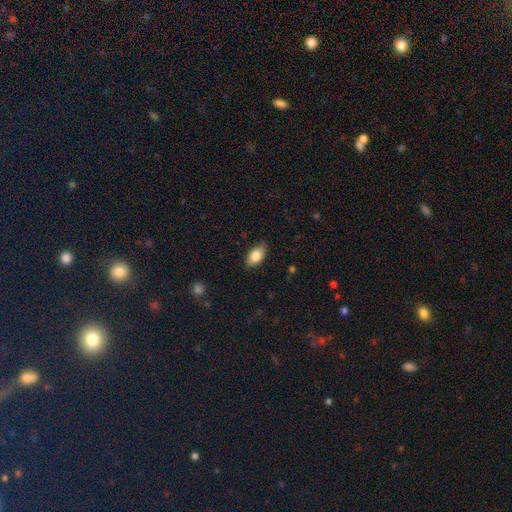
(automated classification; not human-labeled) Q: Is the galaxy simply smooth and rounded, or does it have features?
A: smooth — 82%.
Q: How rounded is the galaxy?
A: in between — 91%.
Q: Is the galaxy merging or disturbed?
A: none — 84%.